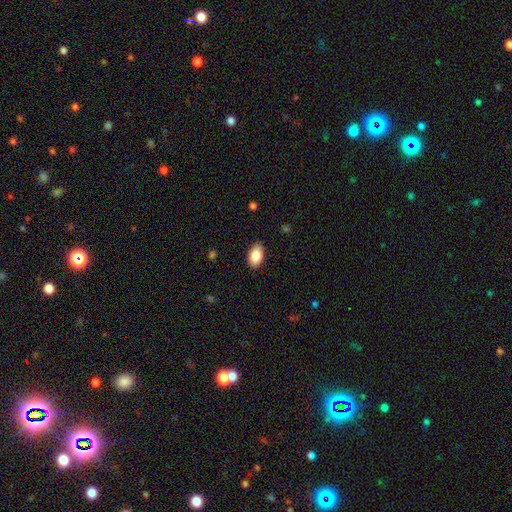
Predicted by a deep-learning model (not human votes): smooth-or-featured: smooth: 86% | star or artifact: 7% | featured or disk: 7%
  how-rounded: in between: 93% | round: 6% | cigar-shaped: 2%
  merging: none: 87% | minor disturbance: 10% | major disturbance: 2% | merger: 1%